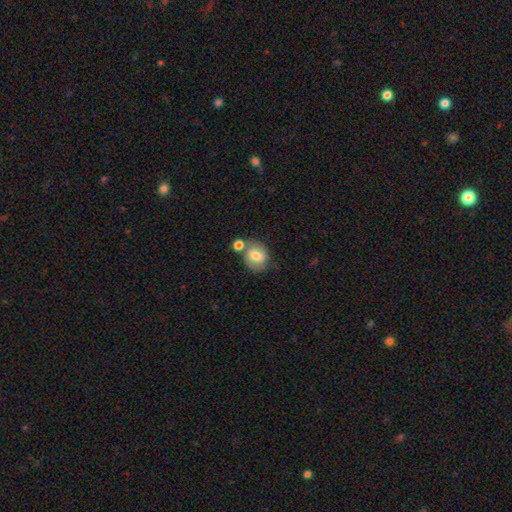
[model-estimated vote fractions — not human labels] Q: Smooth or featured?
A: smooth (67%); runner-up: featured or disk (25%)
Q: How rounded?
A: round (65%); runner-up: in between (34%)
Q: Merging?
A: none (52%); runner-up: merger (26%)